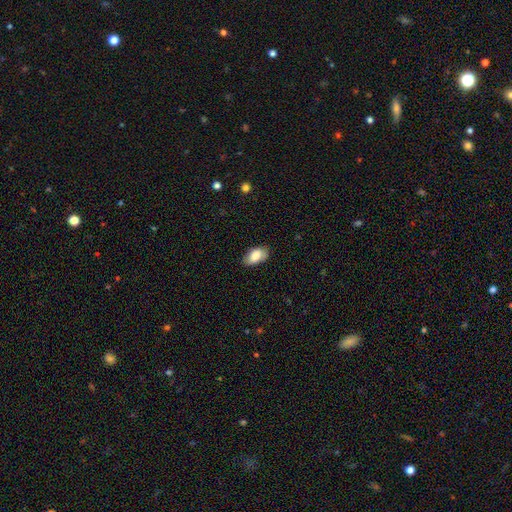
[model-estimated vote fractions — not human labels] Morphology: type=smooth (82%); roundness=in between (94%); merging=none (78%).